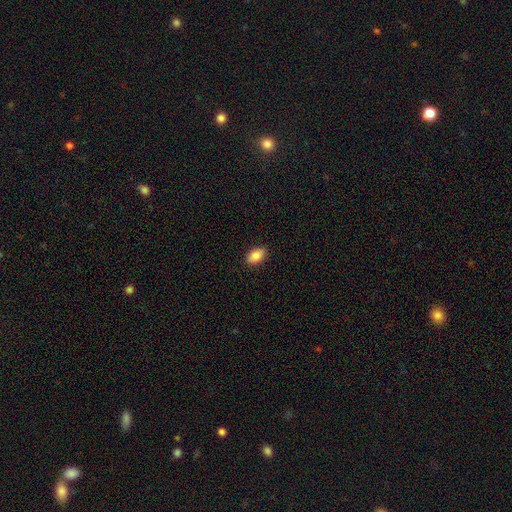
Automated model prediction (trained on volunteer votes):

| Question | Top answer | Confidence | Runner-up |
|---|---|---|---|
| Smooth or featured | smooth | 86% | star or artifact (7%) |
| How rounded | in between | 90% | round (7%) |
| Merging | none | 86% | minor disturbance (11%) |